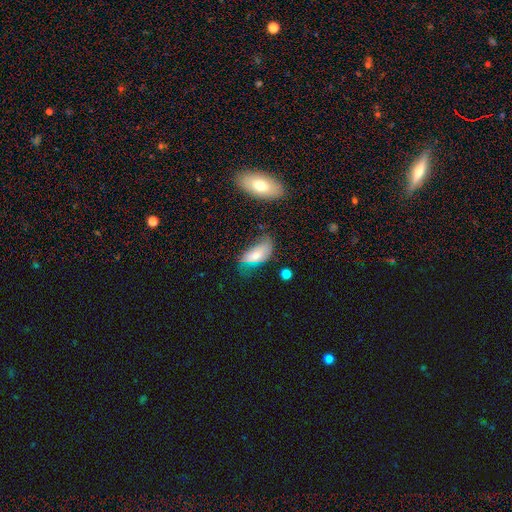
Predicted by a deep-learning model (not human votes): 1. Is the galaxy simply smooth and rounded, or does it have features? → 68% smooth, 23% featured or disk, 9% star or artifact.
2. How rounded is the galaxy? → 89% in between, 7% cigar-shaped, 3% round.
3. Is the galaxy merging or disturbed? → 37% none (tied), 37% minor disturbance (tied), 21% major disturbance, 5% merger.